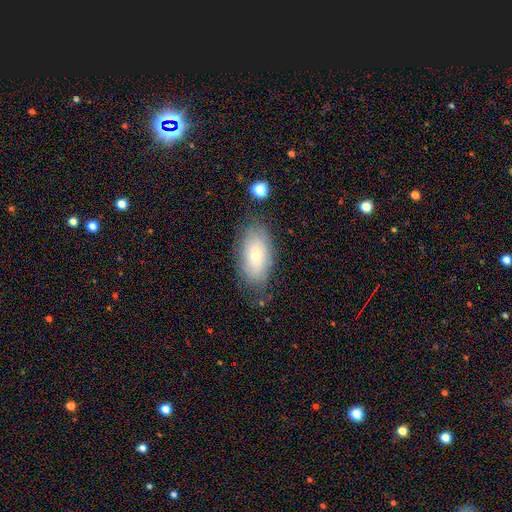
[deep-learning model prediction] A smooth galaxy with no disk features (63%) that is in between round and cigar-shaped (93%). Merging: none (74%).